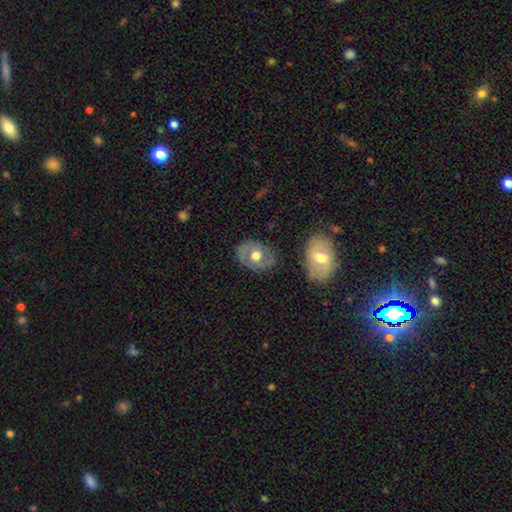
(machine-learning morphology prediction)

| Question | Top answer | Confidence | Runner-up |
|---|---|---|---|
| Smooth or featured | featured or disk | 55% | smooth (38%) |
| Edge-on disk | no | 94% | yes (6%) |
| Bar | no | 78% | weak (18%) |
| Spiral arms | no | 54% | yes (46%) |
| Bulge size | moderate | 67% | large (27%) |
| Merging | none | 78% | minor disturbance (15%) |